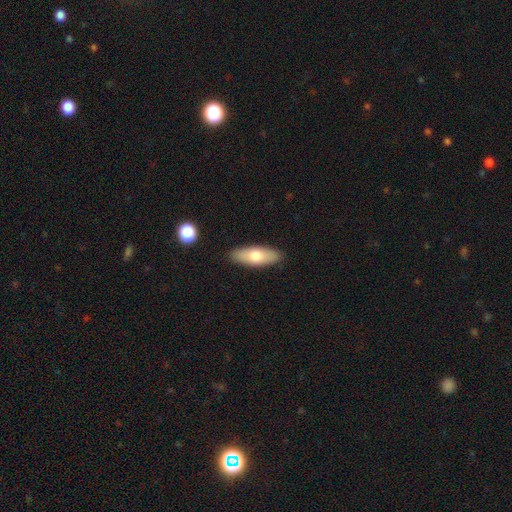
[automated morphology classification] This appears to be a smooth galaxy with no disk features (69%) that is in between round and cigar-shaped (64%). Merging: none (89%).